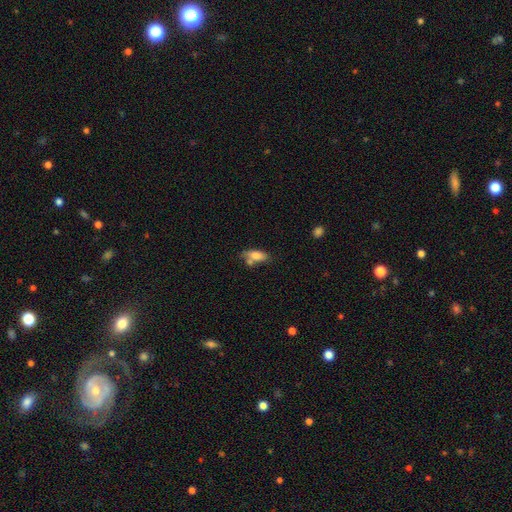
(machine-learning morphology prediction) This is likely a smooth galaxy (77%). How rounded: likely in between (80%). Merging: possibly none (50%).